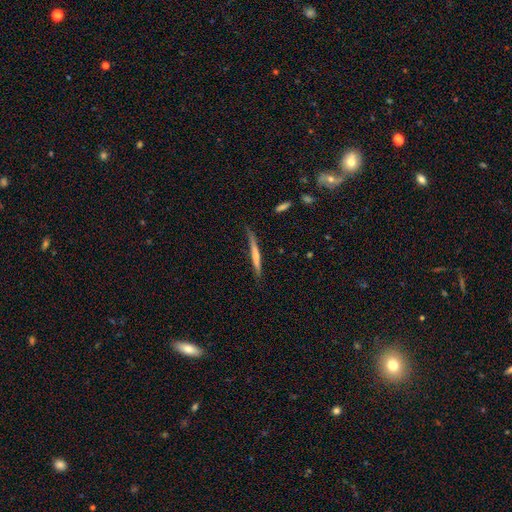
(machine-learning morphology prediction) Overall: smooth (51%; featured or disk 44%). How rounded: cigar-shaped (96%). Merging: none (77%).